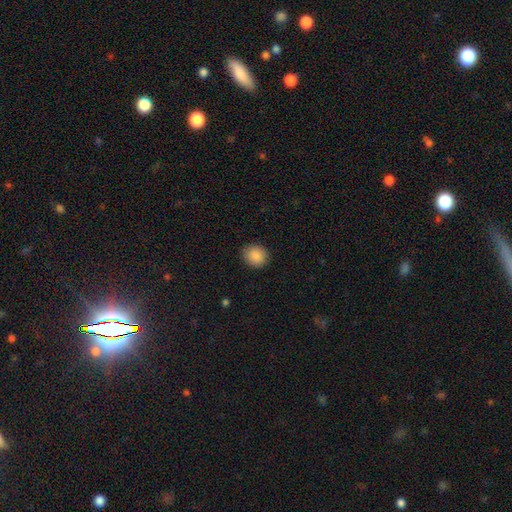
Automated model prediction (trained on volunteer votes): This appears to be a smooth galaxy with no disk features (89%) that is round (76%). Merging: none (89%).